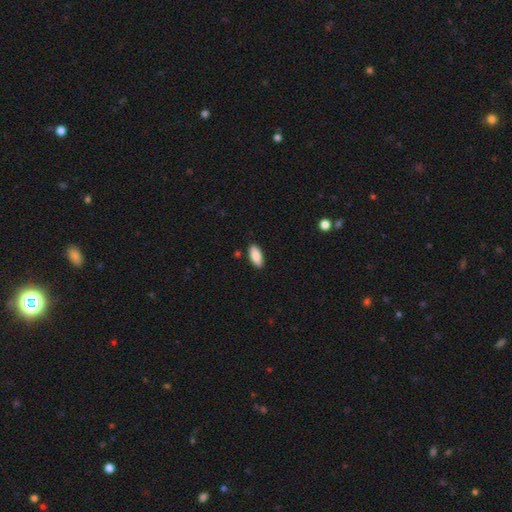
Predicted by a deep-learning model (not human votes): A smooth galaxy with no disk features (88%) that is in between round and cigar-shaped (87%).

Vote fractions:
- Smooth or featured? smooth: 88% / star or artifact: 6% / featured or disk: 6%
- How rounded? in between: 87% / cigar-shaped: 12% / round: 2%
- Merging? none: 87% / minor disturbance: 9% / major disturbance: 2% / merger: 2%